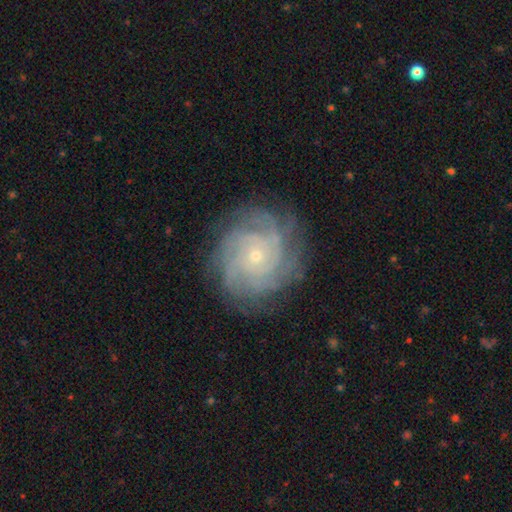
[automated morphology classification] featured or disk 86%, smooth 8%, star or artifact 7%. Down the decision tree: edge-on disk — no (98%); bar — no (81%); spiral arms — yes (97%); spiral arm count — 4 (28%); spiral winding — tight (78%); bulge size — small (79%); merging — none (80%).